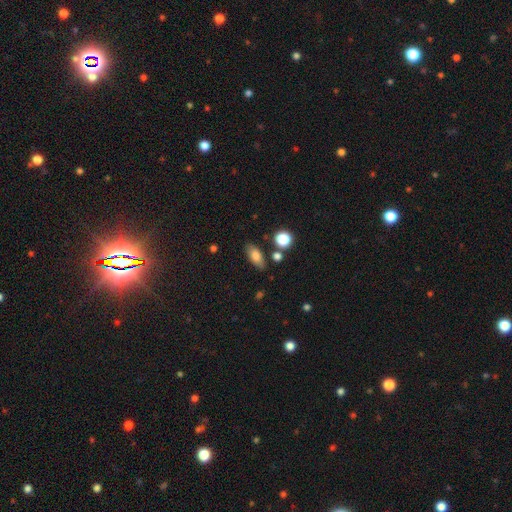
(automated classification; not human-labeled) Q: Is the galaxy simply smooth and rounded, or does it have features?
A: smooth — 79%.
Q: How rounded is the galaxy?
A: in between — 82%.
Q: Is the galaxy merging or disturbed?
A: none — 80%.